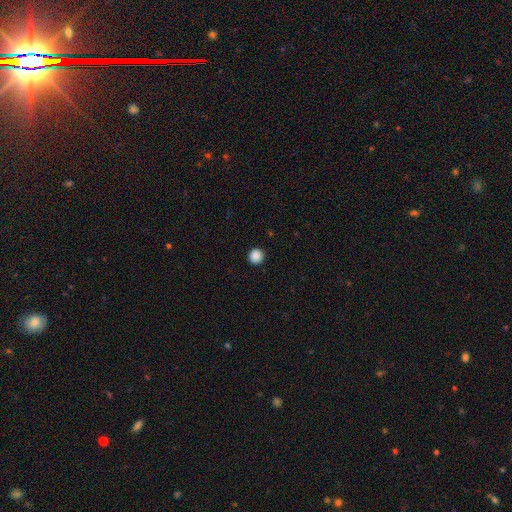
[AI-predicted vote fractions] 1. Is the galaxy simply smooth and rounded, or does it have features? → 89% smooth, 9% star or artifact, 2% featured or disk.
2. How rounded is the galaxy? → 96% round, 3% in between, 1% cigar-shaped.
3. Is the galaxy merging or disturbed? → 94% none, 4% minor disturbance, 1% major disturbance, 1% merger.